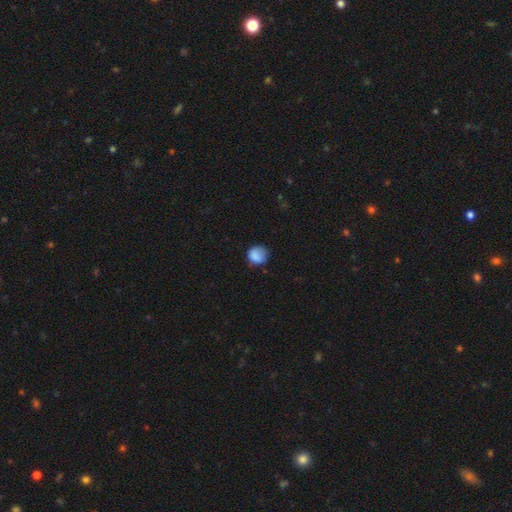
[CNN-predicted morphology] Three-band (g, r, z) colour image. It shows a smooth galaxy with no disk features (83%) that is round (80%). Merging: none (63%).